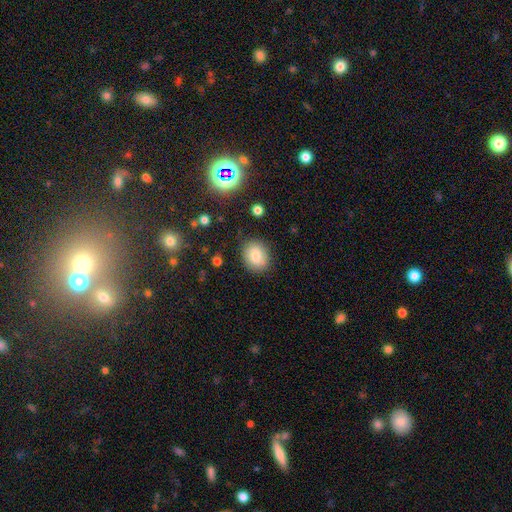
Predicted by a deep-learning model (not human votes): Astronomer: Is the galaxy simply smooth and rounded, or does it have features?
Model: smooth — 82%.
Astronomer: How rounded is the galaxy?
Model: in between — 52% (runner-up: round, 46%).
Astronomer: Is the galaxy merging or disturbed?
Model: none — 82%.